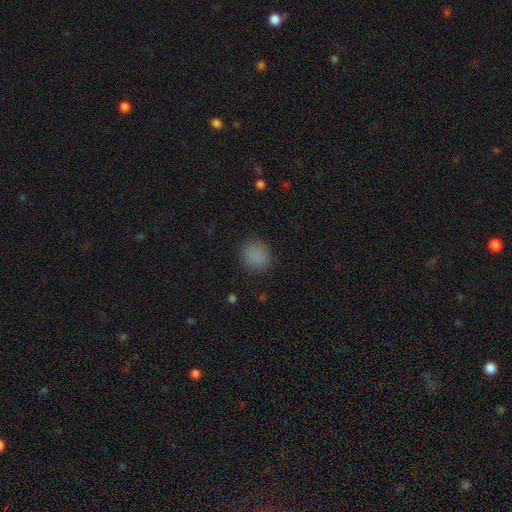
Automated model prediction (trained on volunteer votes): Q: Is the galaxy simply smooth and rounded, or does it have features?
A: smooth — 85%.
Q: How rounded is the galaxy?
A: round — 85%.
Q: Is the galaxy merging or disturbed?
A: none — 87%.